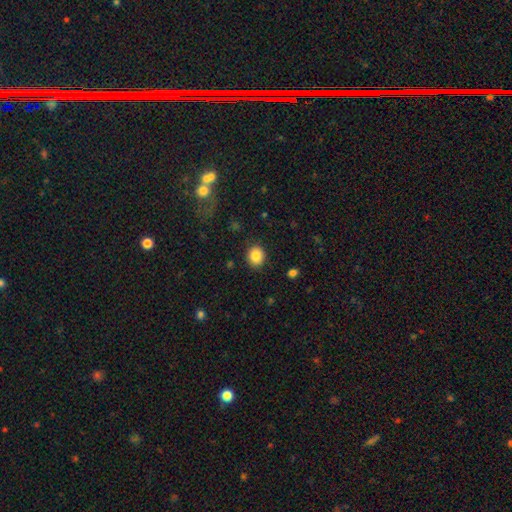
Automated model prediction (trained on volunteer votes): The model was most divided on "how rounded": round: 76%, in between: 23%, cigar-shaped: 1%. More confident: merging — none (89%); smooth or featured — smooth (86%).